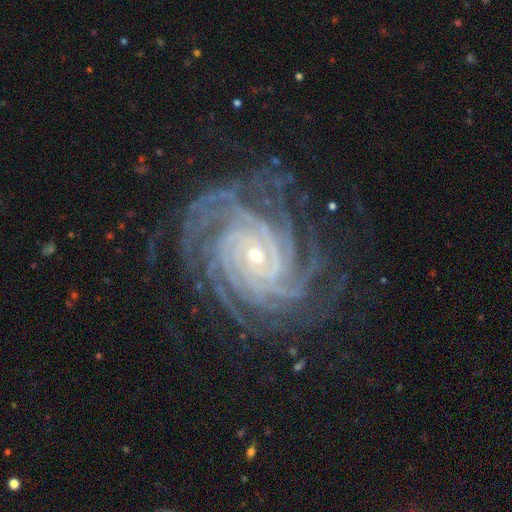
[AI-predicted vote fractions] A featured or disk galaxy (92%) with no bar (59%), more than 4 (40%) tight (83%) spiral arms (99%) and a small central bulge (69%). Merging: none (77%).